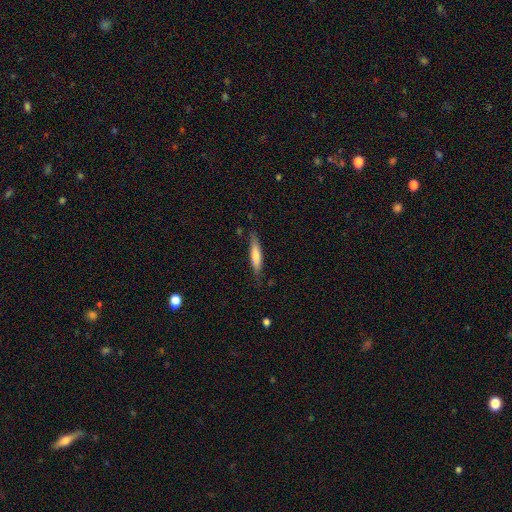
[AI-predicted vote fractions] This is likely a smooth galaxy (64%). How rounded: clearly cigar-shaped (83%). Merging: likely none (79%).